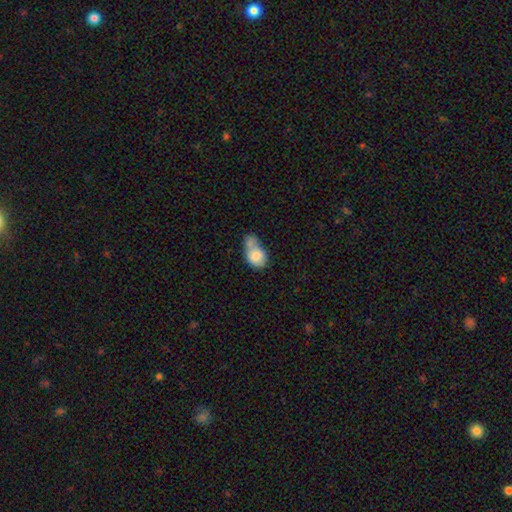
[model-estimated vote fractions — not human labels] Smooth or featured? Predicted: smooth (p=0.78). How rounded? Predicted: in between (p=0.67). Merging? Predicted: merger (p=0.56).